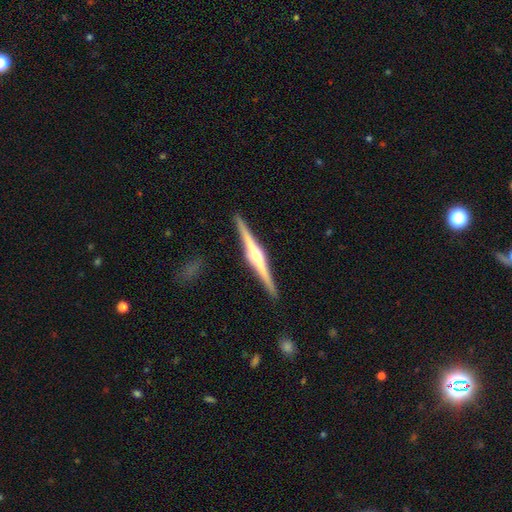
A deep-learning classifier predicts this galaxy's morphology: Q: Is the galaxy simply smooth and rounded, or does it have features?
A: featured or disk — 84%.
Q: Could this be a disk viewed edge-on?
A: yes — 99%.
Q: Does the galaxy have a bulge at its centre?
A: rounded — 93%.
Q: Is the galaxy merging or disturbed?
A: none — 92%.